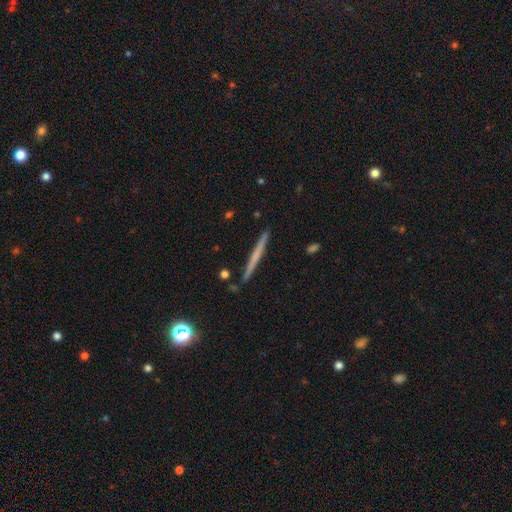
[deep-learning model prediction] This is possibly a featured or disk galaxy (52%). It is clearly viewed edge-on (98%). Edge-on bulge: clearly none (81%). Merging: clearly none (91%).